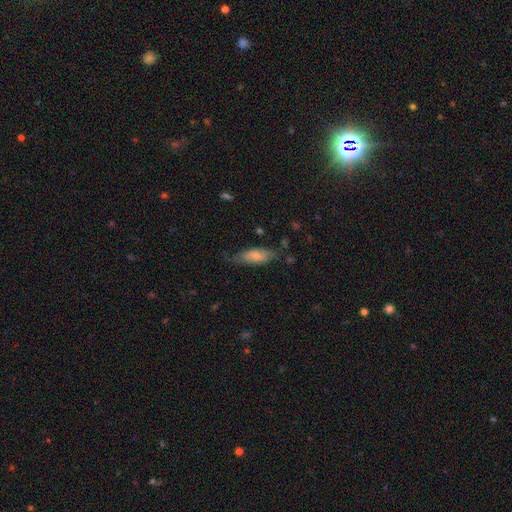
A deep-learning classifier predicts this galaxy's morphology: Smooth or featured: smooth — 72% (featured or disk — 22%)
How rounded: in between — 70% (cigar-shaped — 28%)
Merging: none — 56% (minor disturbance — 31%)